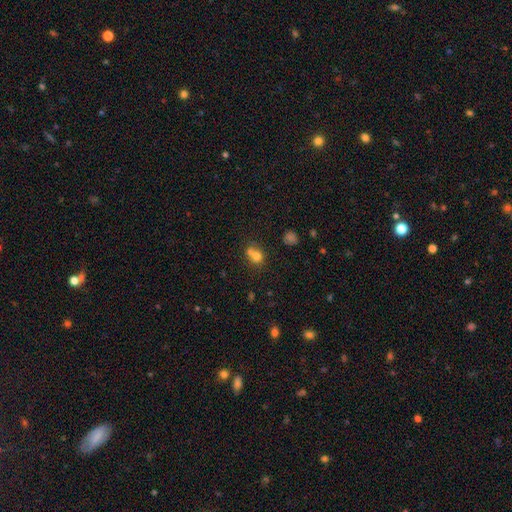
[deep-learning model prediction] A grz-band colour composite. It shows a smooth galaxy with no disk features (72%) that is round (68%). Merging: merger (57%).